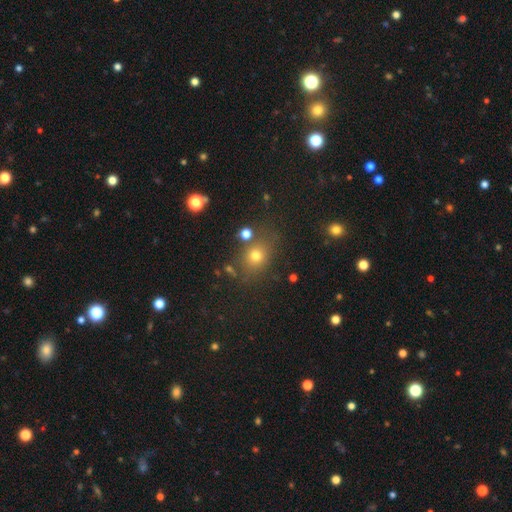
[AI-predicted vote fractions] Morphology: type=smooth (69%); roundness=round (66%); merging=none (75%).